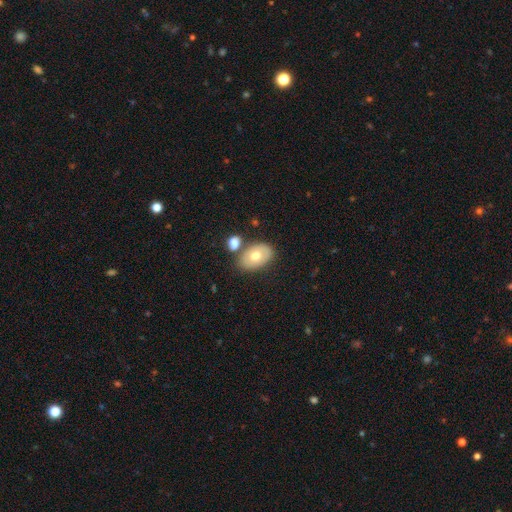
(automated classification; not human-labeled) Overall: smooth (67%). How rounded: in between (87%). Merging: none (67%).